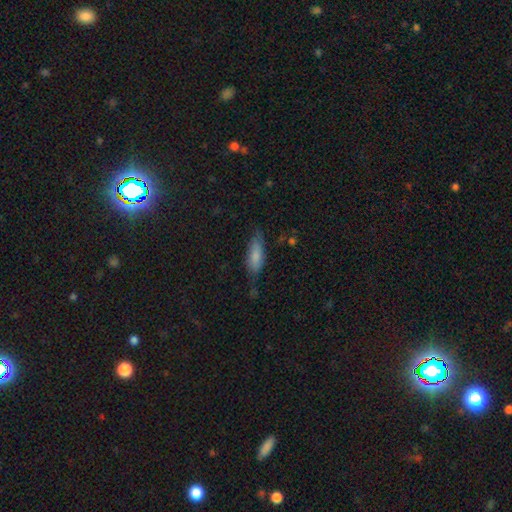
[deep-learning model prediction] This appears to be a smooth galaxy with no disk features (75%) that is in between round and cigar-shaped (59%). Merging: none (64%).